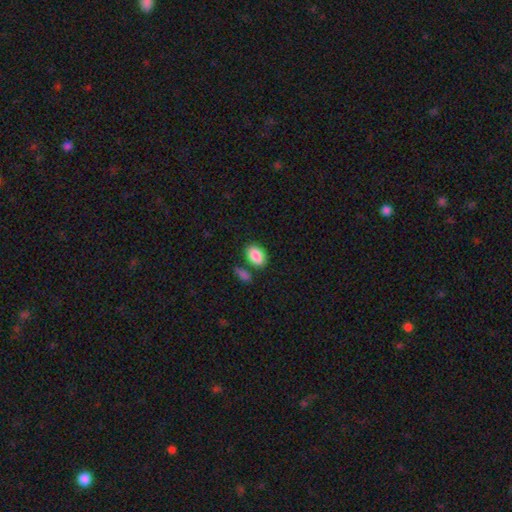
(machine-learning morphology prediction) type=smooth (88%); roundness=in between (85%); merging=none (73%).